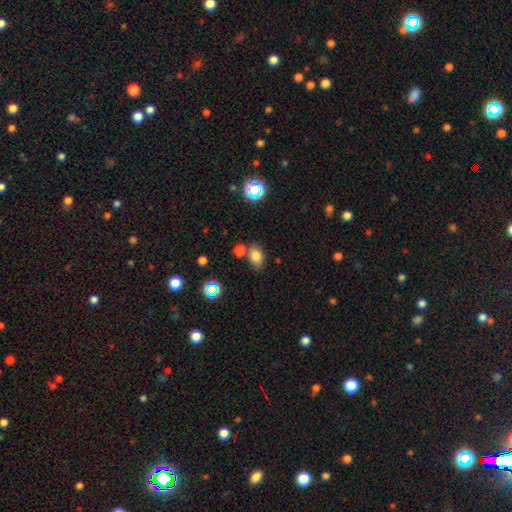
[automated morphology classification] A smooth galaxy with no disk features (79%) that is in between round and cigar-shaped (75%). Merging: none (67%).